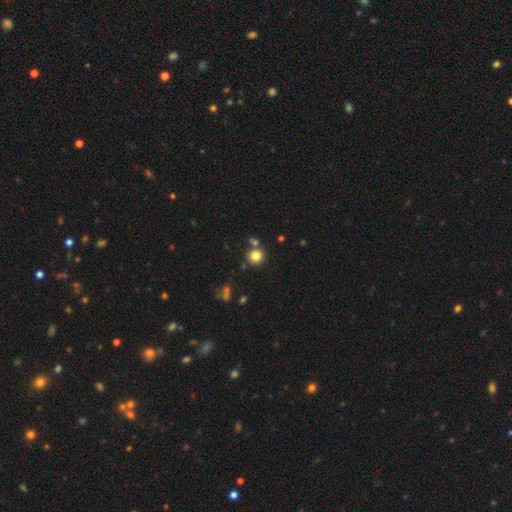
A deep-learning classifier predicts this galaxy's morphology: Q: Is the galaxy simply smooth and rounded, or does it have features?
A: smooth — 80%.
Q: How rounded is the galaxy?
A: round — 91%.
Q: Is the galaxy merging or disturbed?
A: none — 74%.